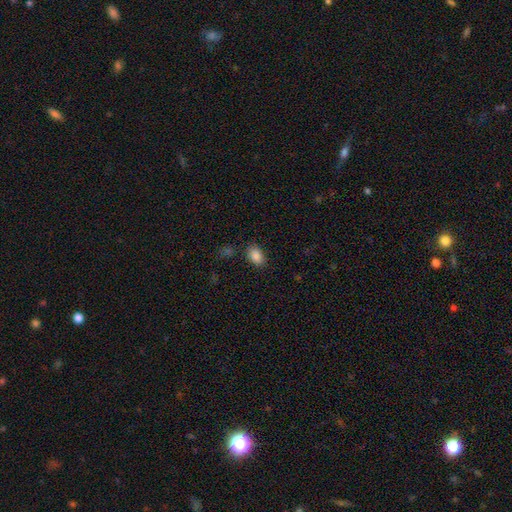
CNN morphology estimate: This is clearly a smooth galaxy (87%). How rounded: clearly in between (86%). Merging: clearly none (82%).